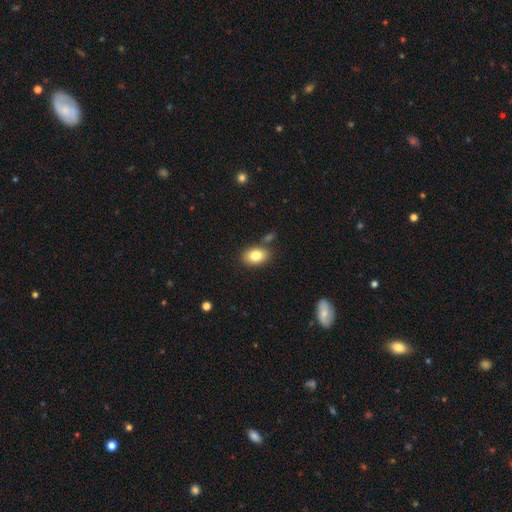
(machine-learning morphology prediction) The model was most divided on "merging": none: 78%, minor disturbance: 12%, merger: 7%, major disturbance: 3%. More confident: how rounded — in between (83%); smooth or featured — smooth (82%).